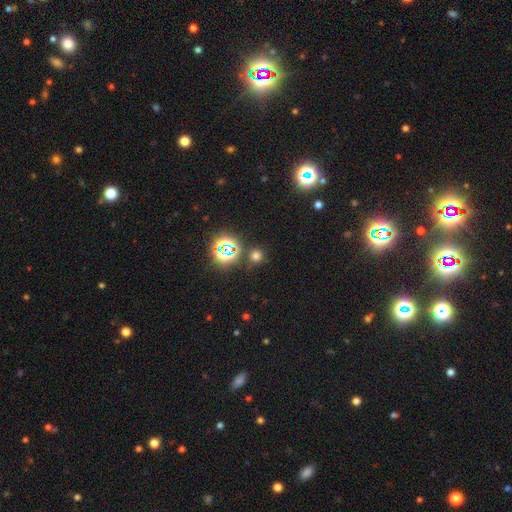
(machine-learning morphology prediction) Smooth or featured? smooth (60%)
How rounded? round (90%)
Merging? none (83%)